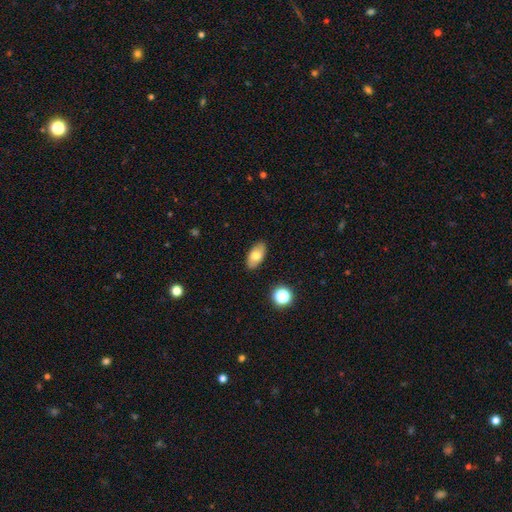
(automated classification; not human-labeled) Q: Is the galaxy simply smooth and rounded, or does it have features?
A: smooth — 74%.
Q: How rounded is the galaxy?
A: in between — 92%.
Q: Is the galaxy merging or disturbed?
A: none — 87%.